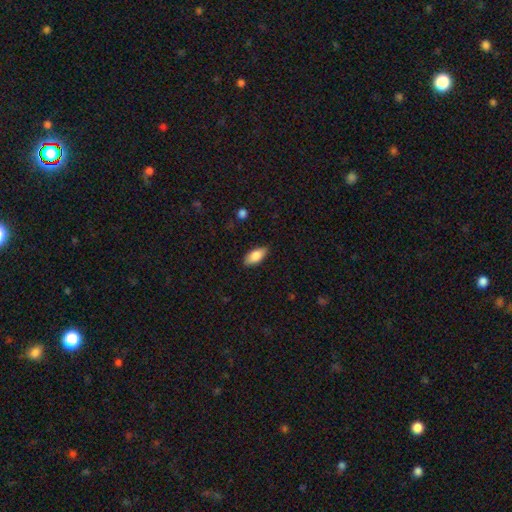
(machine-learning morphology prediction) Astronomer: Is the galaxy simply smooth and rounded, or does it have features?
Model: smooth — 84%.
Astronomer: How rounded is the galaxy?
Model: in between — 88%.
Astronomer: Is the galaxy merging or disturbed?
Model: none — 86%.